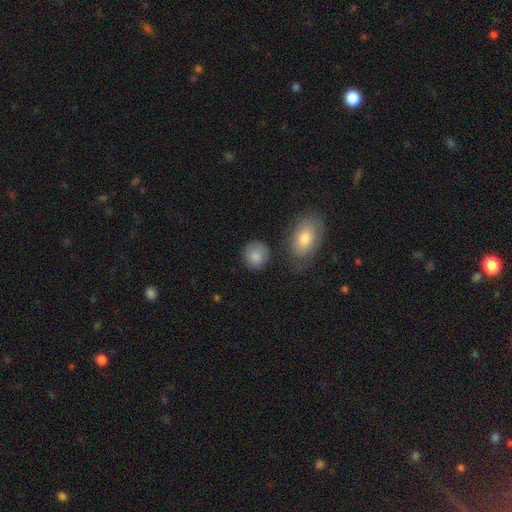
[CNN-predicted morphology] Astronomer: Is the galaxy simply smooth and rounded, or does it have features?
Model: smooth — 85%.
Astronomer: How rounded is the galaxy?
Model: round — 84%.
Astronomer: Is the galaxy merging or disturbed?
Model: none — 77%.